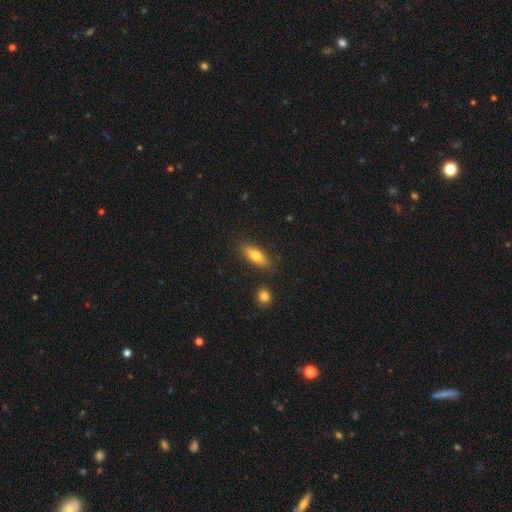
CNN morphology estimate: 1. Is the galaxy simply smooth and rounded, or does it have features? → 75% smooth, 19% featured or disk, 7% star or artifact.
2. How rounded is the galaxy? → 65% in between, 32% cigar-shaped, 3% round.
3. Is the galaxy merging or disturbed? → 81% none, 12% minor disturbance, 4% merger, 3% major disturbance.